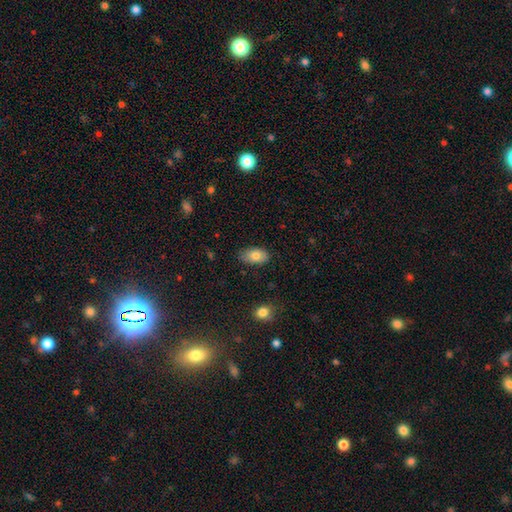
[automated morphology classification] This appears to be a smooth galaxy with no disk features (80%) that is in between round and cigar-shaped (92%). Merging: none (80%).